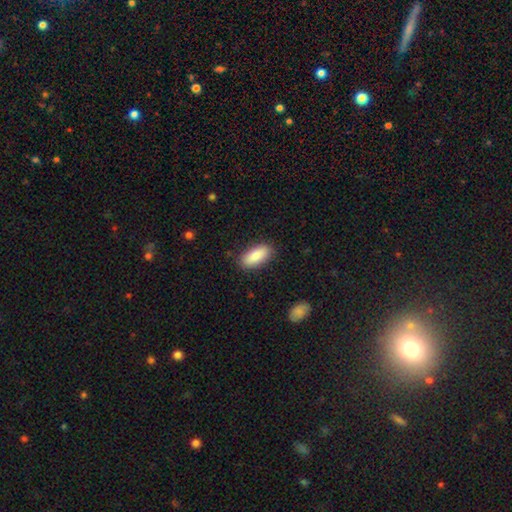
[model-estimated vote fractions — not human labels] Smooth or featured: smooth — 87% (featured or disk — 6%)
How rounded: in between — 84% (cigar-shaped — 14%)
Merging: none — 86% (minor disturbance — 10%)